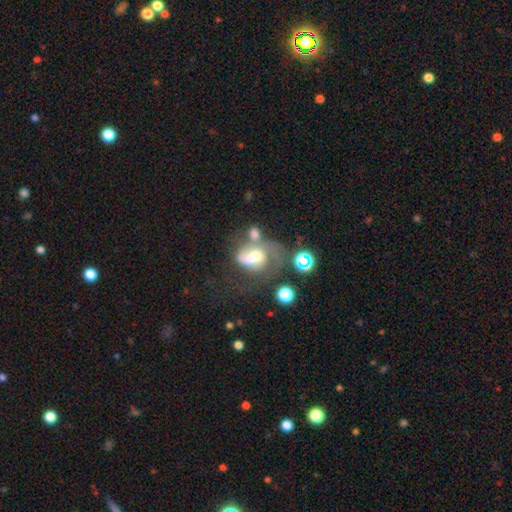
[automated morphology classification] The model was most divided on "spiral arm count": 2: 42%, 1: 39%, can't tell: 14%, 3: 3%, 4: 1%, more than 4: 1%. Remaining: edge-on disk — no (97%); spiral arms — yes (80%); smooth or featured — featured or disk (65%); bulge size — moderate (53%); spiral winding — medium (43%); bar — weak (43%); merging — major disturbance (34%).